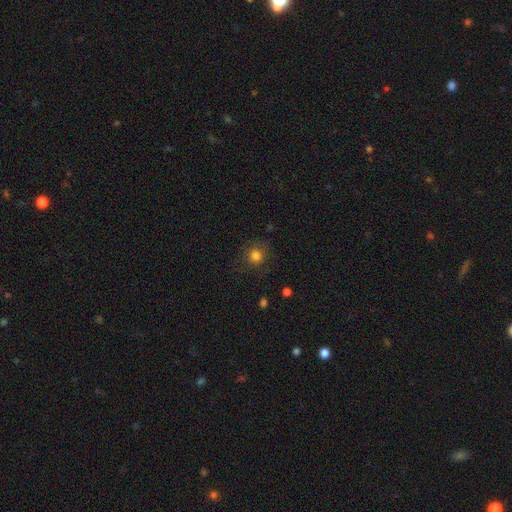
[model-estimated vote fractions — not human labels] Overall: smooth (78%). How rounded: round (91%). Merging: none (80%).